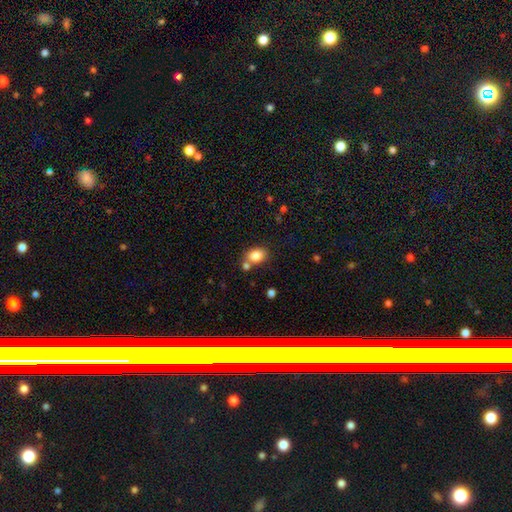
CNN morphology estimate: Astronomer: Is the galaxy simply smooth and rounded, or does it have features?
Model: smooth — 84%.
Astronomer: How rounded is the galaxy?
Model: in between — 73%.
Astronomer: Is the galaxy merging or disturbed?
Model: none — 66%.